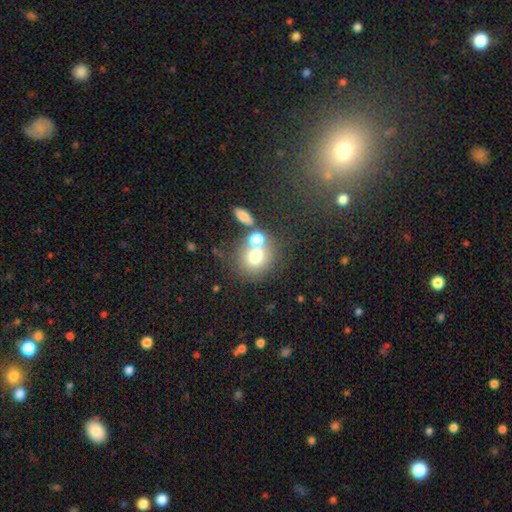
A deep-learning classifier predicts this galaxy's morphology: Q: Smooth or featured?
A: smooth (70%); runner-up: featured or disk (17%)
Q: How rounded?
A: round (77%); runner-up: in between (22%)
Q: Merging?
A: none (47%); runner-up: merger (38%)